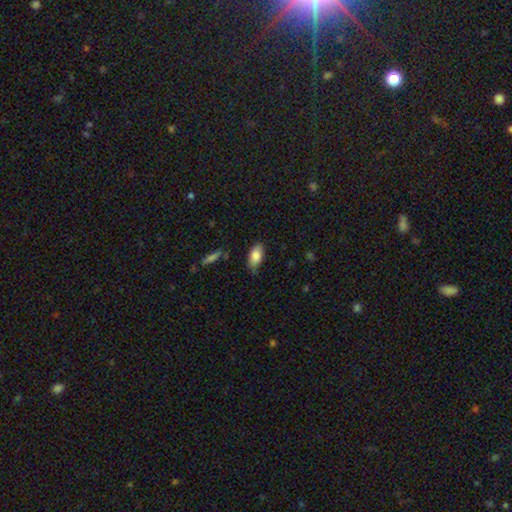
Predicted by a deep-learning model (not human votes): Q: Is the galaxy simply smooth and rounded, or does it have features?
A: smooth — 83%.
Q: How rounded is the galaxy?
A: in between — 91%.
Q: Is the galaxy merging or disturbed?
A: none — 73%.